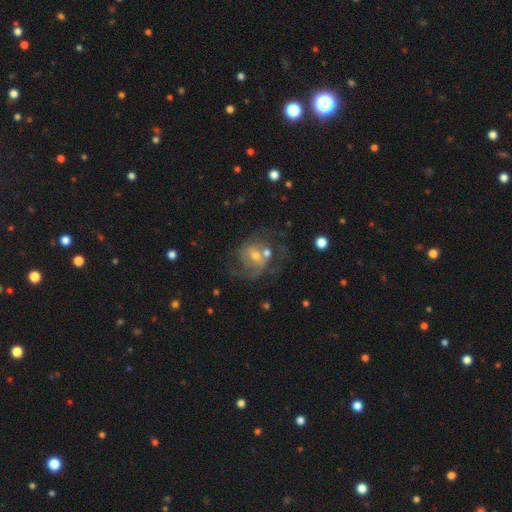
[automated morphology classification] This appears to be a featured or disk galaxy (76%) with no bar (50%), 2 (49%) medium (48%) spiral arms (85%) and a moderate central bulge (52%). Merging: none (40%).